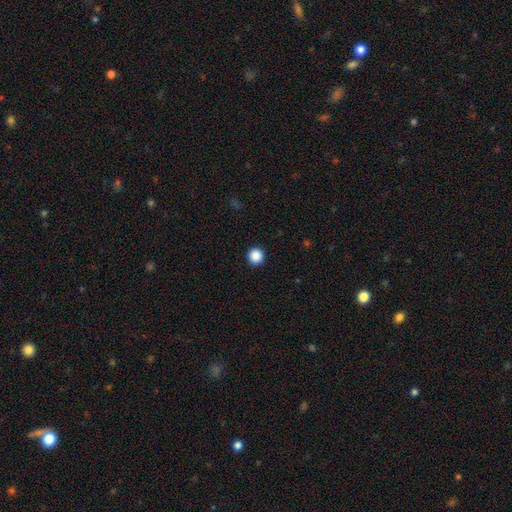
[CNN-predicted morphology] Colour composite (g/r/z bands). It shows a smooth galaxy with no disk features (88%) that is round (95%). Merging: none (93%).